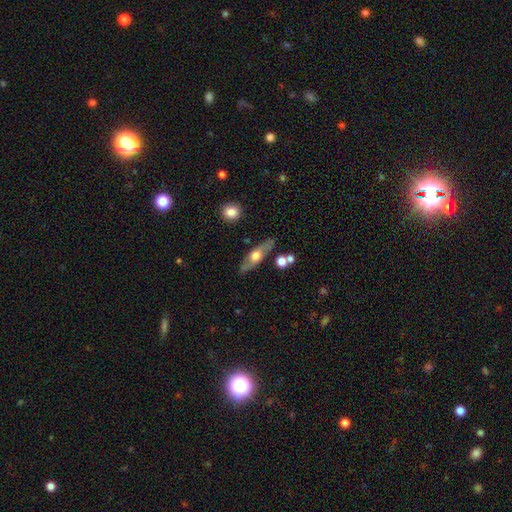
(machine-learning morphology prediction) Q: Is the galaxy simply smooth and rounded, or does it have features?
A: featured or disk — 55%.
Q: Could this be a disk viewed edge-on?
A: yes — 70%.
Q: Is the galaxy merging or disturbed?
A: none — 78%.